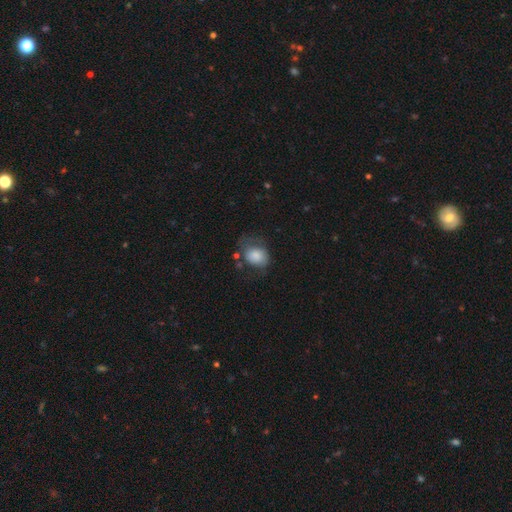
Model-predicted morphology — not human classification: This is likely a smooth galaxy (79%). How rounded: possibly in between (57%). Merging: marginally none (42%).